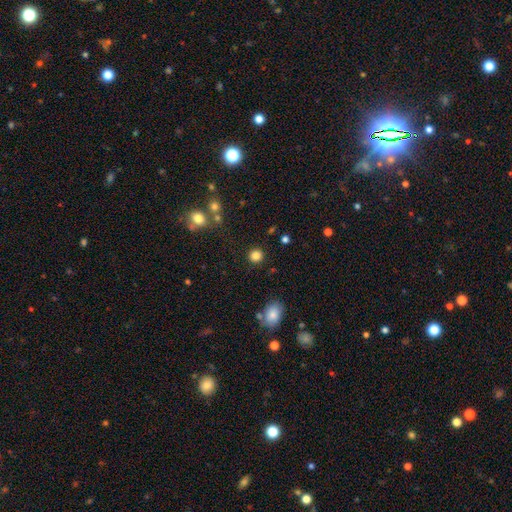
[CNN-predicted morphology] Smooth or featured: smooth — 84% (star or artifact — 12%)
How rounded: round — 90% (in between — 9%)
Merging: none — 89% (minor disturbance — 6%)